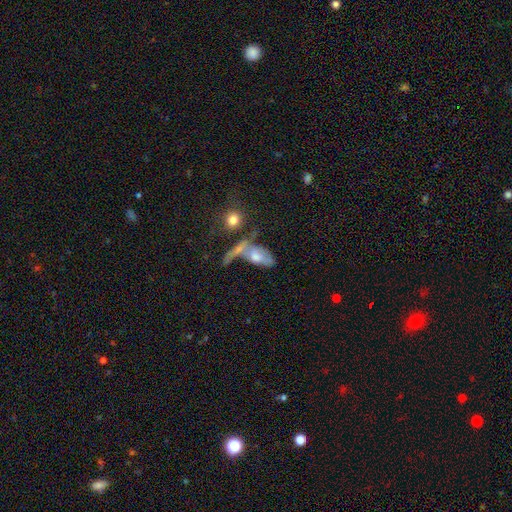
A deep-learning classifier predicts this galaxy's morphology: This is possibly a smooth galaxy (51%). How rounded: clearly in between (81%). Merging: marginally merger (41%).